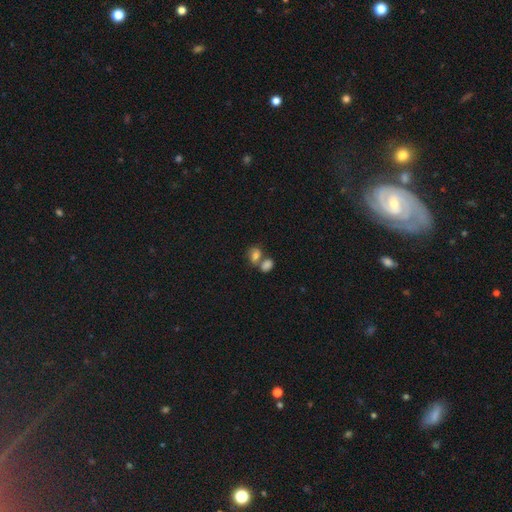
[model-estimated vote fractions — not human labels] smooth-or-featured: smooth: 78% | featured or disk: 11% | star or artifact: 11%
  how-rounded: in between: 73% | round: 25% | cigar-shaped: 2%
  merging: merger: 55% | none: 31% | minor disturbance: 9% | major disturbance: 4%